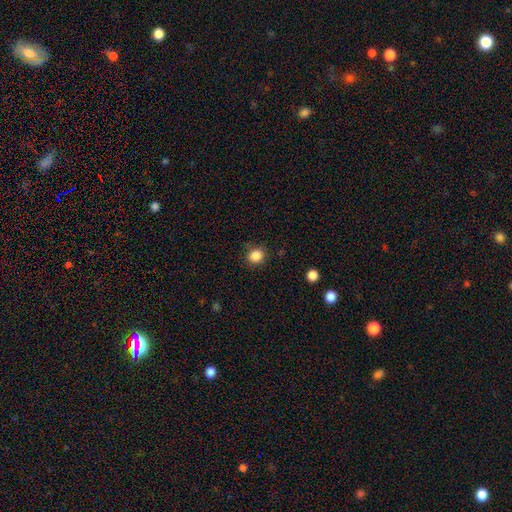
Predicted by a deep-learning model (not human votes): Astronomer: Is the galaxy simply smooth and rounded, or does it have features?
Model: smooth — 86%.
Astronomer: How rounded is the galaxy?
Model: round — 79%.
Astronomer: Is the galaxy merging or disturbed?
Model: none — 86%.